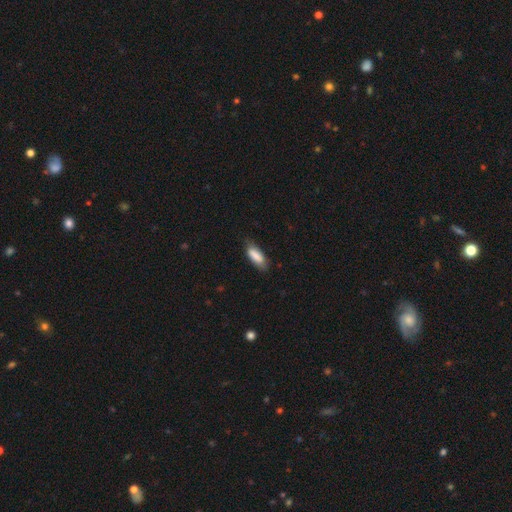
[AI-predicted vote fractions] smooth-or-featured: smooth: 82% | featured or disk: 12% | star or artifact: 6%
  how-rounded: in between: 70% | cigar-shaped: 28% | round: 2%
  merging: none: 70% | minor disturbance: 24% | major disturbance: 5% | merger: 2%